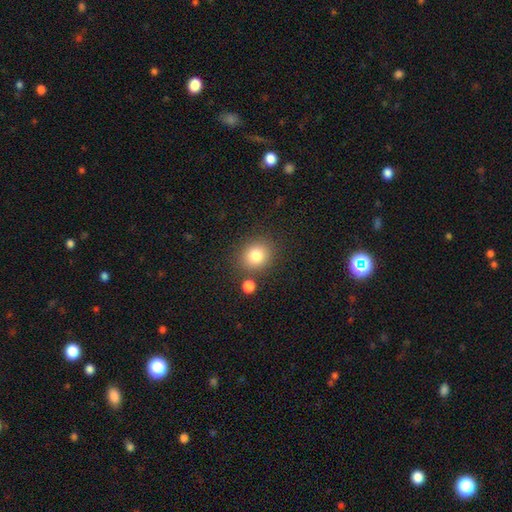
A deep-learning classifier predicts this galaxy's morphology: smooth 81%, star or artifact 11%, featured or disk 7%. Down the decision tree: how rounded — round (80%); merging — none (80%).